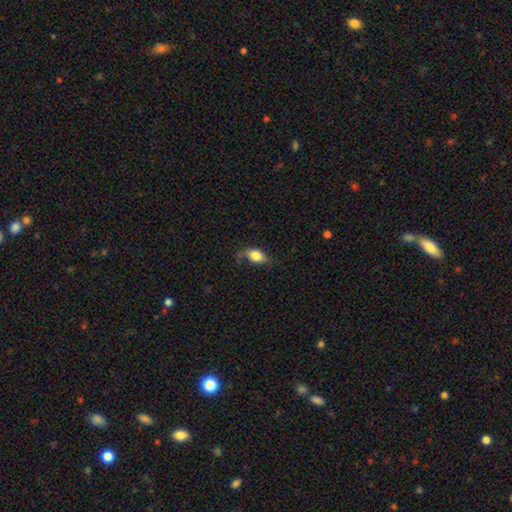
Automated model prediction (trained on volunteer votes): smooth_or_featured: smooth (p=0.75) [alt: featured or disk p=0.17]
how_rounded: in between (p=0.78) [alt: round p=0.16]
merging: none (p=0.57) [alt: minor disturbance p=0.30]